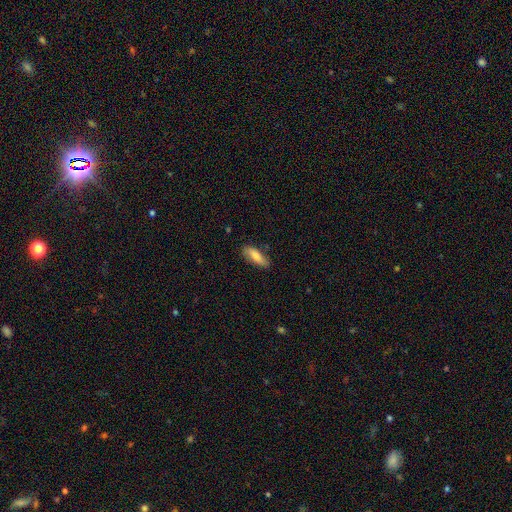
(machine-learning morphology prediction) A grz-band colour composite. It shows a smooth galaxy with no disk features (75%) that is in between round and cigar-shaped (57%). Merging: none (81%).